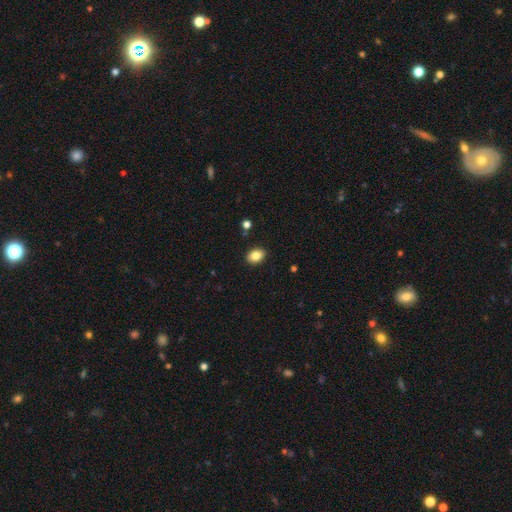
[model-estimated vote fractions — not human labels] Q: Smooth or featured?
A: smooth (85%); runner-up: star or artifact (9%)
Q: How rounded?
A: in between (78%); runner-up: round (21%)
Q: Merging?
A: none (88%); runner-up: minor disturbance (8%)